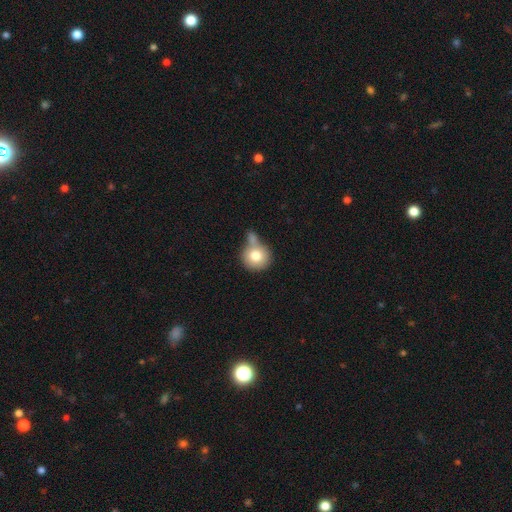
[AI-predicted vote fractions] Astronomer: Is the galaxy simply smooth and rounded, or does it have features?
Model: smooth — 78%.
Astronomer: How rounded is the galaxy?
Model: round — 90%.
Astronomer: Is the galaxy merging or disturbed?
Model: none — 40% (runner-up: merger, 36%).